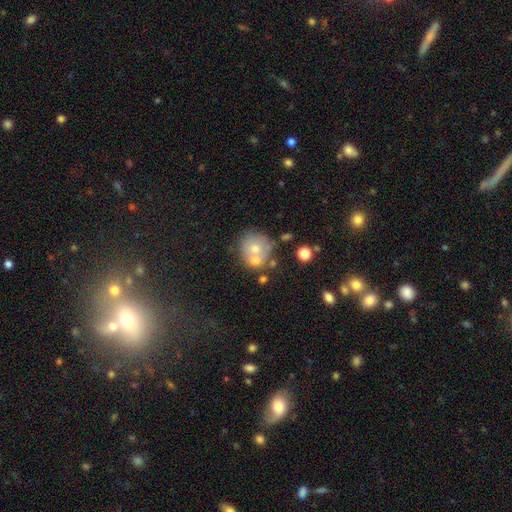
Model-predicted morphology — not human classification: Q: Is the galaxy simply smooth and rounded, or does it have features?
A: smooth — 59%.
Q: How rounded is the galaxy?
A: round — 82%.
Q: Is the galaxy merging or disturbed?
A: merger — 41%.